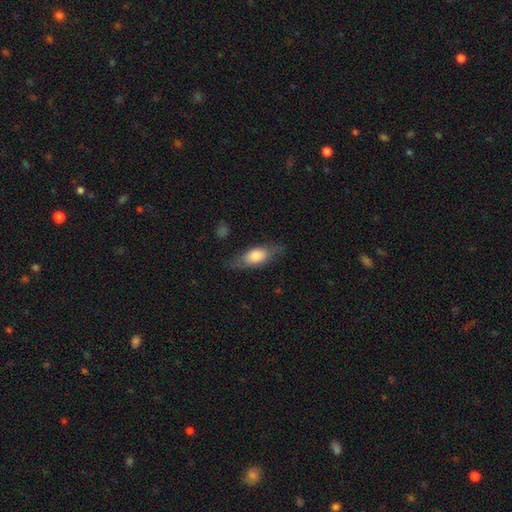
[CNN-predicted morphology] The model was most divided on "smooth or featured": smooth: 66%, featured or disk: 28%, star or artifact: 6%. More confident: how rounded — in between (75%); merging — none (71%).